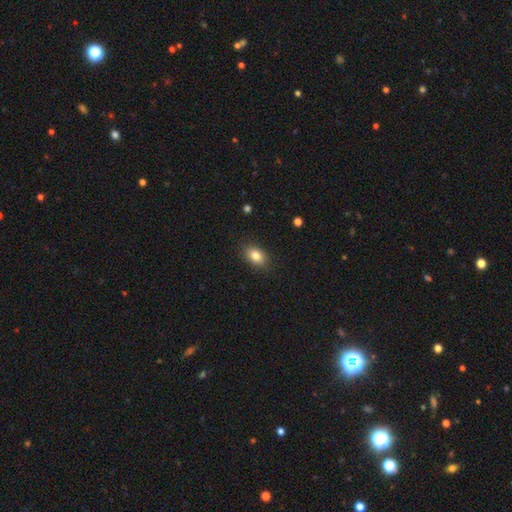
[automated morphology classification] Q: Smooth or featured?
A: smooth (83%); runner-up: star or artifact (9%)
Q: How rounded?
A: in between (79%); runner-up: round (19%)
Q: Merging?
A: none (86%); runner-up: minor disturbance (10%)